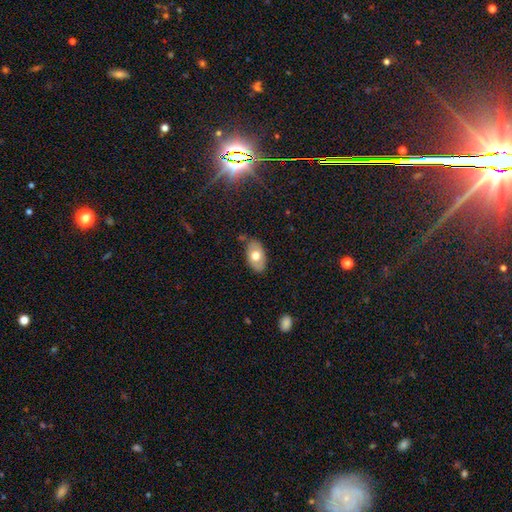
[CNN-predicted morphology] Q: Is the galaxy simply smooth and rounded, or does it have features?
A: smooth — 66%.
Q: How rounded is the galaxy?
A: in between — 92%.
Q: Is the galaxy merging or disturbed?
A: none — 79%.